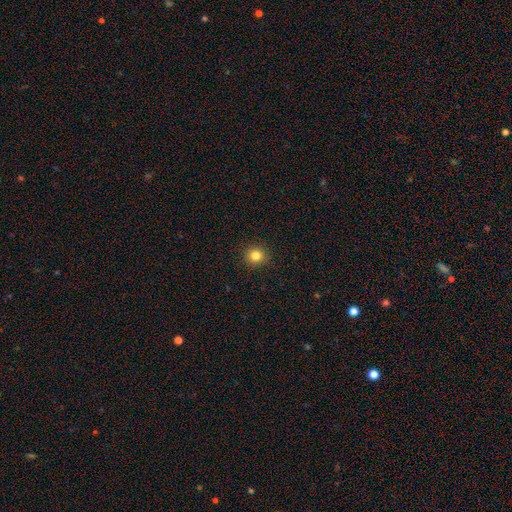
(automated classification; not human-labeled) smooth 83%, star or artifact 12%, featured or disk 5%. Down the decision tree: how rounded — round (90%); merging — none (91%).